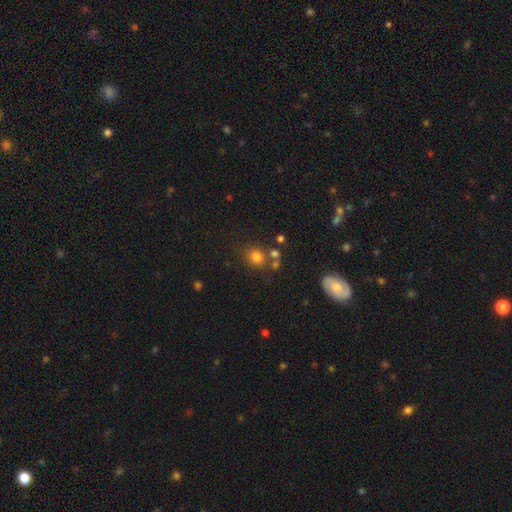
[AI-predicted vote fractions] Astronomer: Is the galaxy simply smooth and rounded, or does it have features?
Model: smooth — 75%.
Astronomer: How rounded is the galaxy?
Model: round — 73%.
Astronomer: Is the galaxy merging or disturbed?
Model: none — 67%.